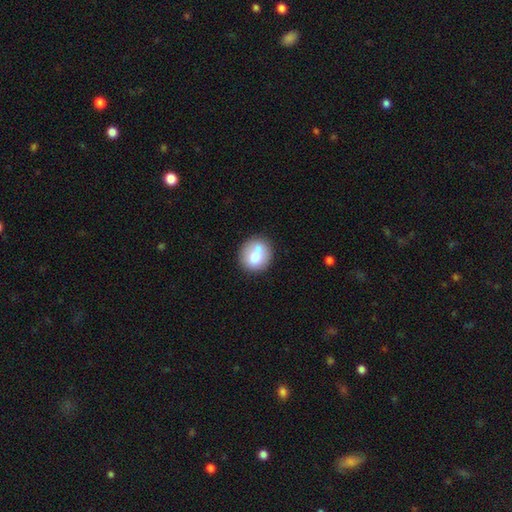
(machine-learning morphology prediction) smooth-or-featured: smooth: 70% | featured or disk: 21% | star or artifact: 9%
  how-rounded: round: 82% | in between: 17% | cigar-shaped: 1%
  merging: none: 61% | merger: 18% | minor disturbance: 15% | major disturbance: 5%